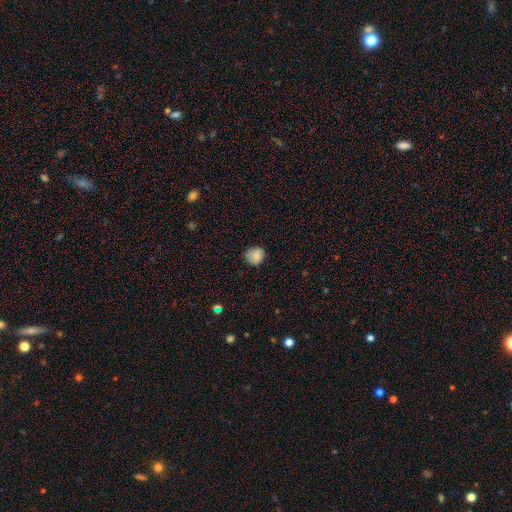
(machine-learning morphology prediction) smooth-or-featured: smooth: 83% | star or artifact: 9% | featured or disk: 8%
  how-rounded: round: 78% | in between: 21% | cigar-shaped: 1%
  merging: none: 73% | minor disturbance: 22% | major disturbance: 4% | merger: 1%